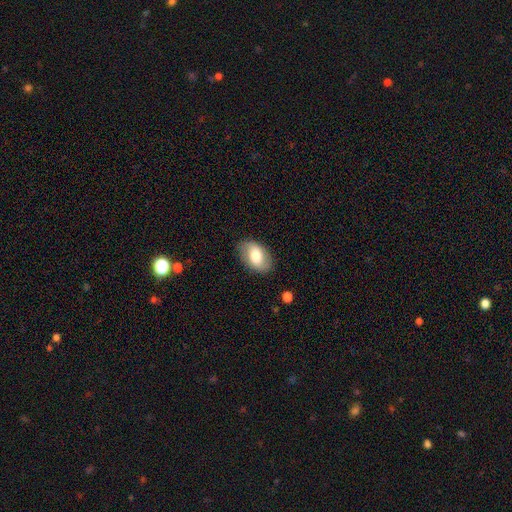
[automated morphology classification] type=smooth (68%); roundness=in between (91%); merging=none (83%).